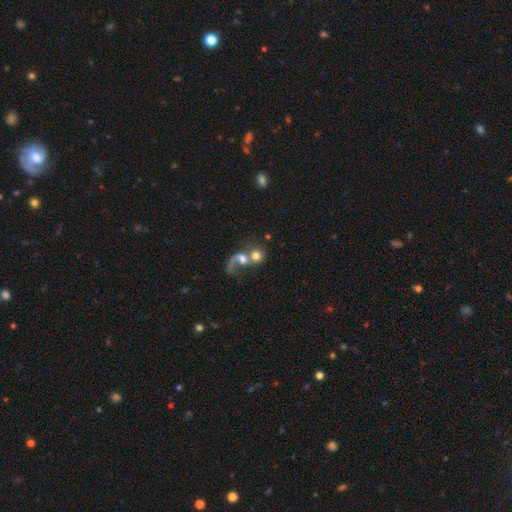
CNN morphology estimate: Smooth or featured: smooth — 54% (featured or disk — 35%)
How rounded: round — 76% (in between — 22%)
Merging: merger — 64% (none — 18%)